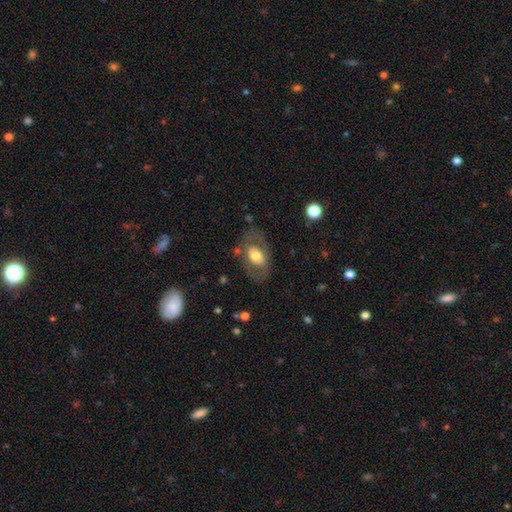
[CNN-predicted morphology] smooth_or_featured: smooth (p=0.53) [alt: featured or disk p=0.41]
how_rounded: in between (p=0.83) [alt: round p=0.16]
merging: none (p=0.71) [alt: minor disturbance p=0.16]